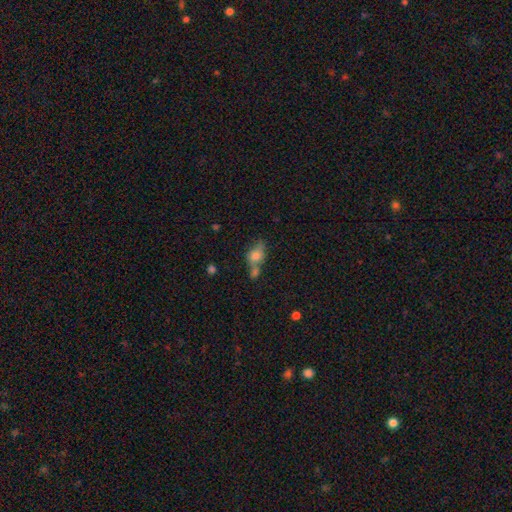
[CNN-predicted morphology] Smooth or featured? Predicted: smooth (p=0.70). How rounded? Predicted: in between (p=0.67). Merging? Predicted: merger (p=0.46).